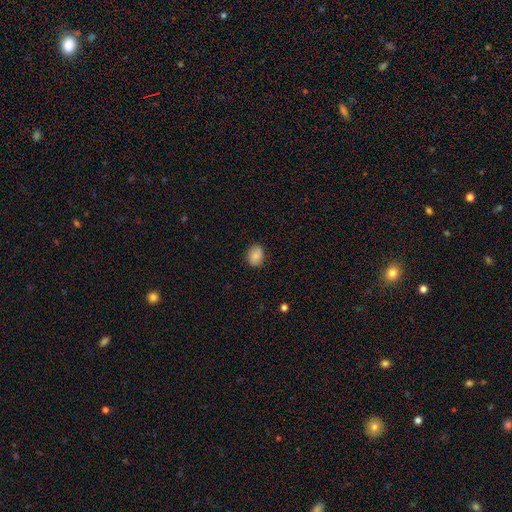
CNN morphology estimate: Q: Smooth or featured?
A: smooth (86%); runner-up: star or artifact (8%)
Q: How rounded?
A: in between (58%); runner-up: round (41%)
Q: Merging?
A: none (86%); runner-up: minor disturbance (11%)